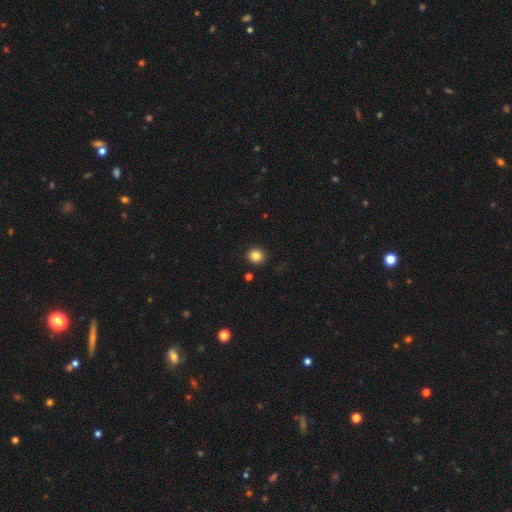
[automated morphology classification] Smooth or featured?
  - smooth: 84% *
  - star or artifact: 11%
  - featured or disk: 5%
How rounded?
  - round: 88% *
  - in between: 11%
  - cigar-shaped: 1%
Merging?
  - none: 92% *
  - minor disturbance: 5%
  - major disturbance: 2%
  - merger: 1%